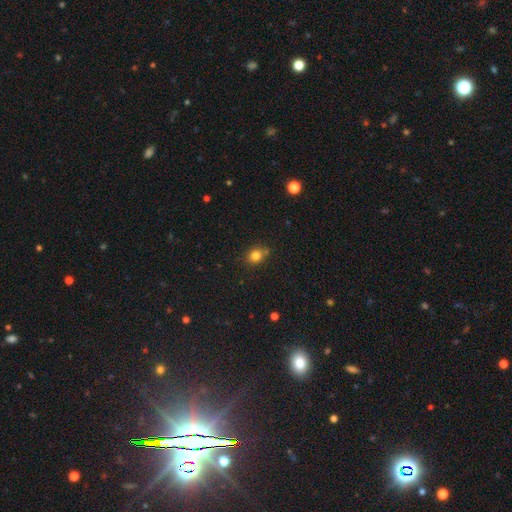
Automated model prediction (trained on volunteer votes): A smooth galaxy with no disk features (81%) that is round (74%).

Vote fractions:
- Smooth or featured? smooth: 81% / star or artifact: 13% / featured or disk: 6%
- How rounded? round: 74% / in between: 25% / cigar-shaped: 1%
- Merging? none: 75% / minor disturbance: 13% / merger: 9% / major disturbance: 3%